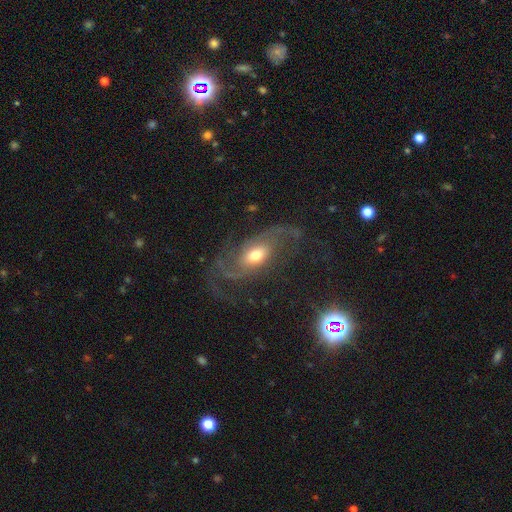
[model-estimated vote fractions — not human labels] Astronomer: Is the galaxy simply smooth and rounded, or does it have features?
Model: featured or disk — 82%.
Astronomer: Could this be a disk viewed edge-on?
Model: no — 94%.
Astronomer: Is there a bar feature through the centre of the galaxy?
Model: no — 58%.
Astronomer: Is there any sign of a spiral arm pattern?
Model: yes — 94%.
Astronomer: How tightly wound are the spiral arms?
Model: medium — 43% (runner-up: loose, 41%).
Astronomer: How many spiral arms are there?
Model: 2 — 56%.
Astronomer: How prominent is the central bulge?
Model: moderate — 65%.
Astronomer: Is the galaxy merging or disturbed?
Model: none — 61%.